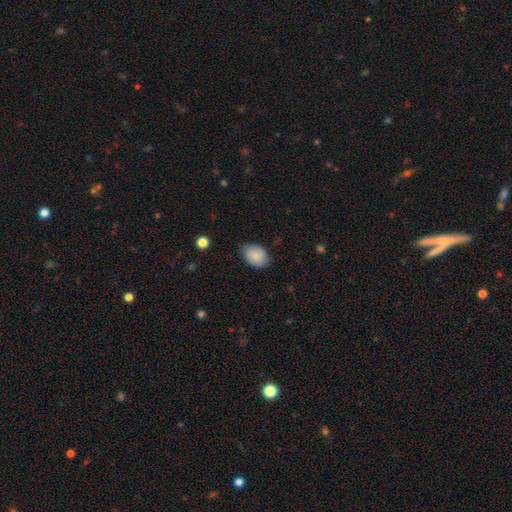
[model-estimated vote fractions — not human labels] This appears to be a smooth galaxy with no disk features (85%) that is in between round and cigar-shaped (74%). Merging: none (74%).